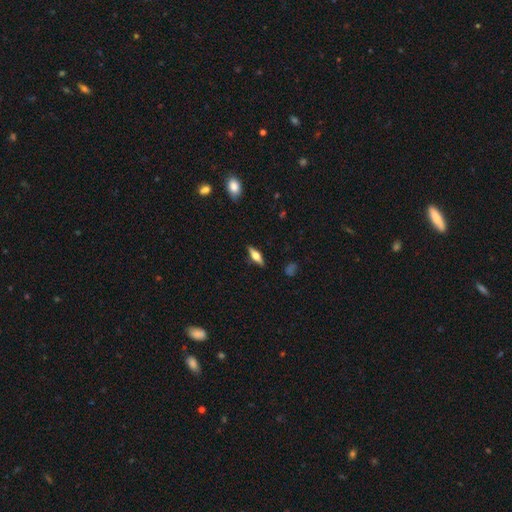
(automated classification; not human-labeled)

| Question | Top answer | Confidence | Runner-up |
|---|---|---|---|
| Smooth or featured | featured or disk | 55% | smooth (38%) |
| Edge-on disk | yes | 94% | no (6%) |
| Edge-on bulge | rounded | 92% | boxy (6%) |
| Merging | none | 88% | minor disturbance (9%) |